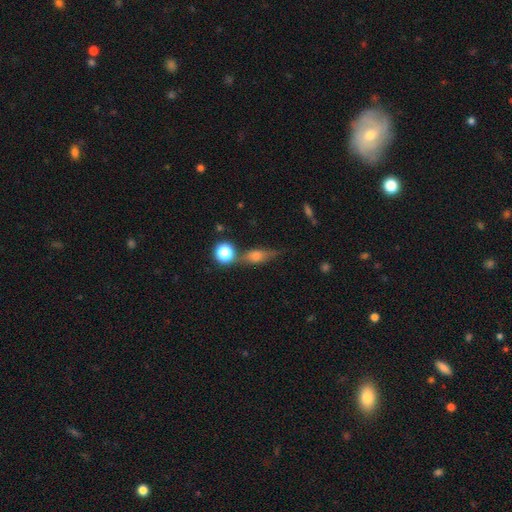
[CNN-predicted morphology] This is marginally a smooth galaxy (44%). Merging: likely none (61%).